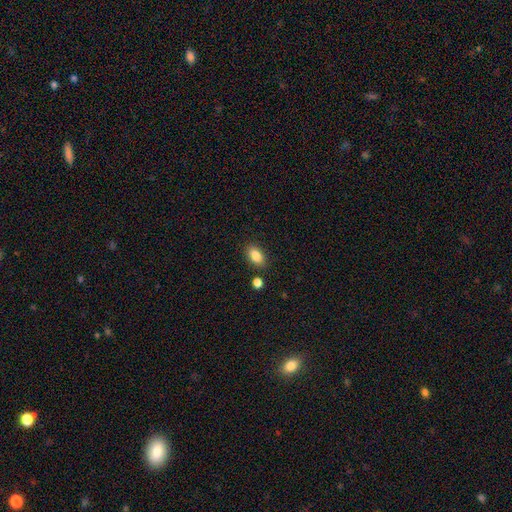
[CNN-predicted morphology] This is clearly a smooth galaxy (86%). How rounded: clearly in between (89%). Merging: clearly none (84%).